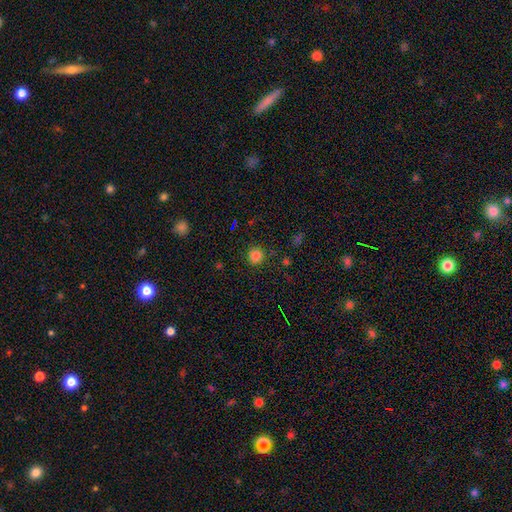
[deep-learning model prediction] Smooth or featured?
  - smooth: 83% *
  - star or artifact: 13%
  - featured or disk: 4%
How rounded?
  - round: 91% *
  - in between: 8%
  - cigar-shaped: 1%
Merging?
  - none: 89% *
  - minor disturbance: 7%
  - major disturbance: 2%
  - merger: 2%